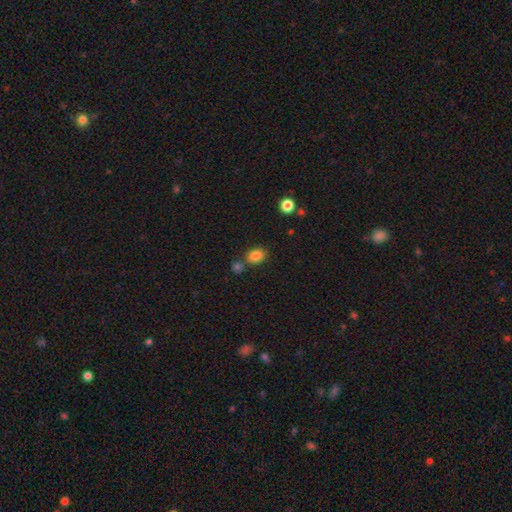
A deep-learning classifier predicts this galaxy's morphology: smooth-or-featured: smooth: 84% | star or artifact: 10% | featured or disk: 6%
  how-rounded: in between: 61% | round: 38% | cigar-shaped: 1%
  merging: none: 68% | merger: 16% | minor disturbance: 12% | major disturbance: 4%